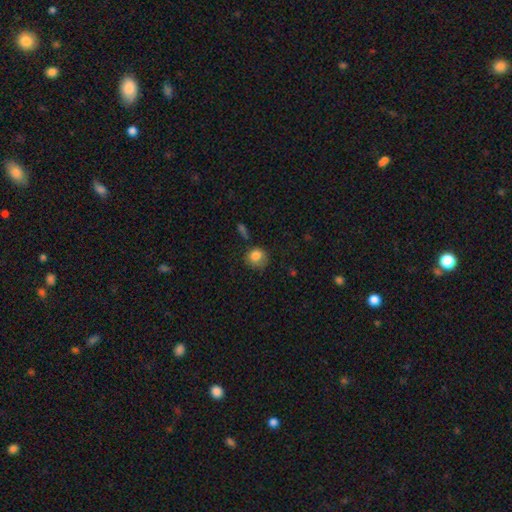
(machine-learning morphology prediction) A smooth galaxy with no disk features (82%) that is round (83%).

Vote fractions:
- Smooth or featured? smooth: 82% / featured or disk: 9% / star or artifact: 9%
- How rounded? round: 83% / in between: 16% / cigar-shaped: 1%
- Merging? none: 62% / minor disturbance: 25% / major disturbance: 8% / merger: 4%